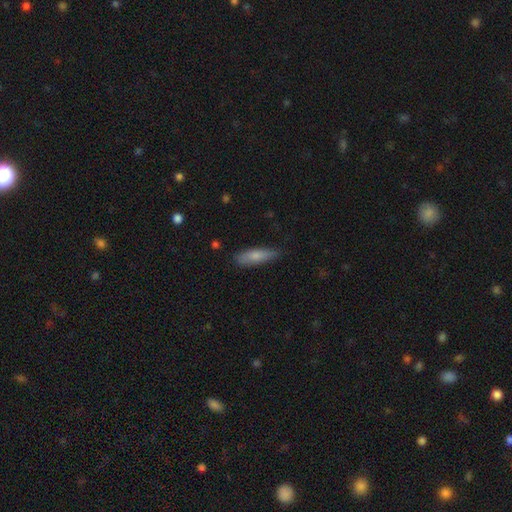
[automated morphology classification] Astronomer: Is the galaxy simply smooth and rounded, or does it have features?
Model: smooth — 78%.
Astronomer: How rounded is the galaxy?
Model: cigar-shaped — 60% (runner-up: in between, 38%).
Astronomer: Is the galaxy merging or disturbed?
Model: none — 79%.